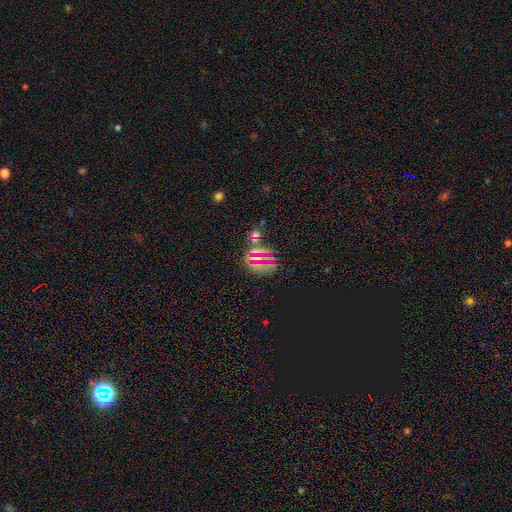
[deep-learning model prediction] Q: Smooth or featured?
A: star or artifact (52%); runner-up: smooth (24%)